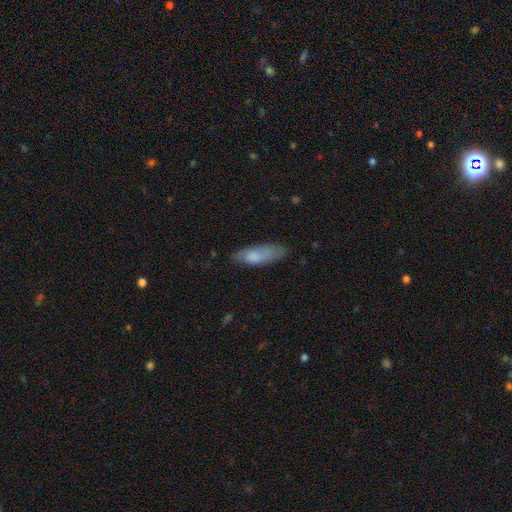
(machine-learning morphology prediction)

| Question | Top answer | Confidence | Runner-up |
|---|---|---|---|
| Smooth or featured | smooth | 73% | featured or disk (21%) |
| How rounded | in between | 55% | cigar-shaped (44%) |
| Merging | none | 66% | minor disturbance (25%) |